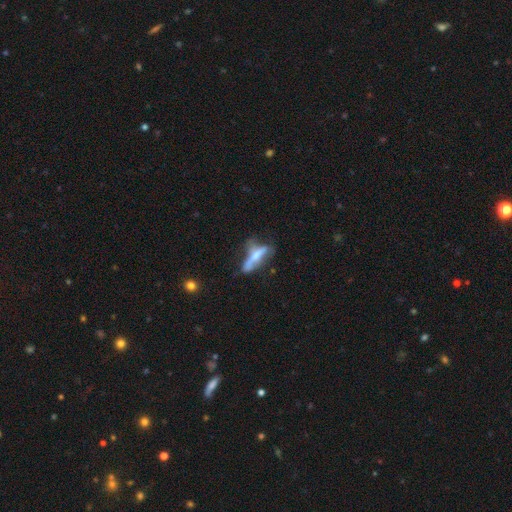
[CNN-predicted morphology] Overall: featured or disk (49%; smooth 41%). Merging: none (36%; major disturbance 28%).